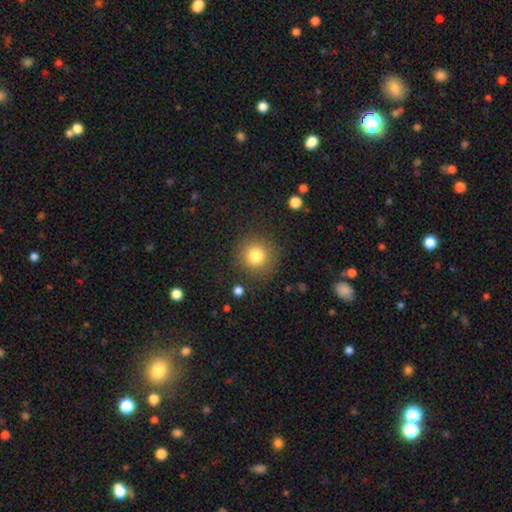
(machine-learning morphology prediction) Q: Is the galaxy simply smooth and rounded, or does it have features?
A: smooth — 81%.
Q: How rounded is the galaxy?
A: round — 94%.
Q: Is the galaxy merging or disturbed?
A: none — 86%.